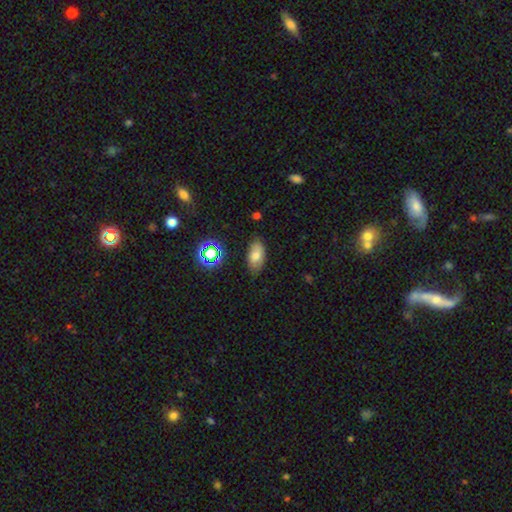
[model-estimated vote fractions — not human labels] smooth_or_featured: smooth (p=0.71) [alt: featured or disk p=0.16]
how_rounded: in between (p=0.90) [alt: round p=0.06]
merging: none (p=0.77) [alt: minor disturbance p=0.18]